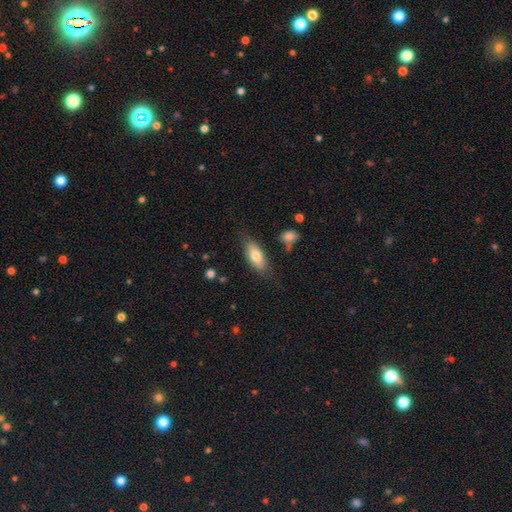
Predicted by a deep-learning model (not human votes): Q: Smooth or featured?
A: smooth (74%); runner-up: featured or disk (19%)
Q: How rounded?
A: in between (79%); runner-up: cigar-shaped (18%)
Q: Merging?
A: none (71%); runner-up: minor disturbance (19%)